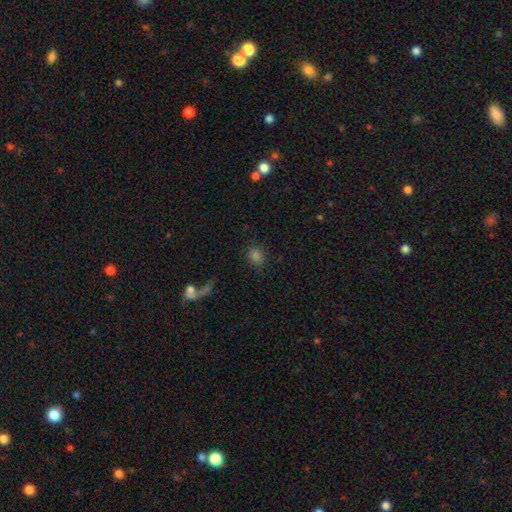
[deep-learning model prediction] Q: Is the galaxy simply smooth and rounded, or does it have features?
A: smooth — 78%.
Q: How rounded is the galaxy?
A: round — 66%.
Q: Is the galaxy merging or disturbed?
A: none — 84%.